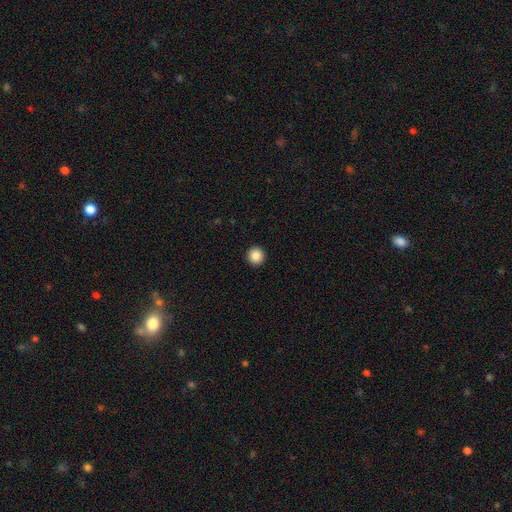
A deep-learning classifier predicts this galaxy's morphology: Smooth or featured? smooth (87%)
How rounded? round (93%)
Merging? none (93%)